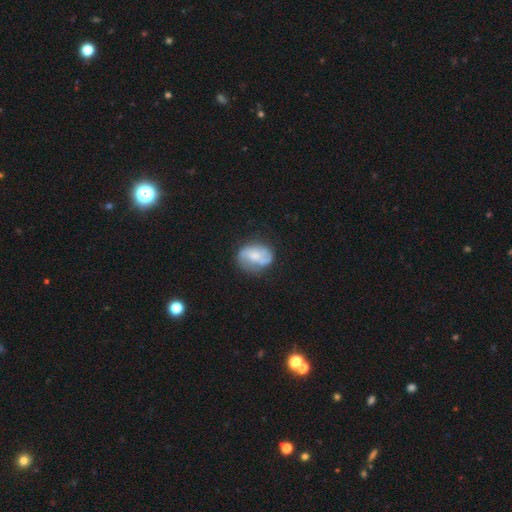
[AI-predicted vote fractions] A featured or disk galaxy (51%).

Vote fractions:
- Smooth or featured? featured or disk: 51% / smooth: 42% / star or artifact: 8%
- Edge-on disk? no: 97% / yes: 3%
- Merging? none: 58% / minor disturbance: 26% / major disturbance: 13% / merger: 3%